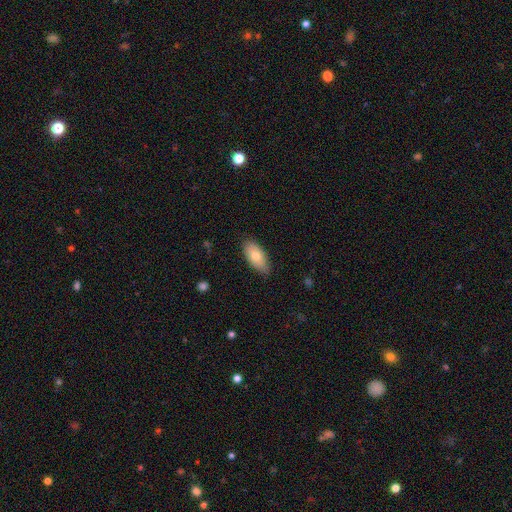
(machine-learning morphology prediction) Smooth or featured? smooth (75%)
How rounded? in between (91%)
Merging? none (80%)